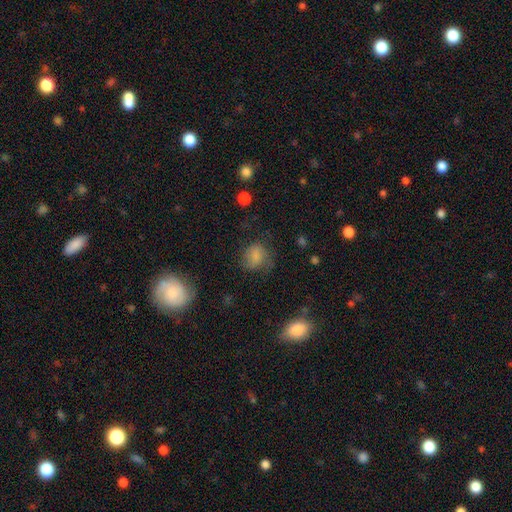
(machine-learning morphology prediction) Q: Smooth or featured?
A: smooth (69%); runner-up: featured or disk (19%)
Q: How rounded?
A: round (64%); runner-up: in between (35%)
Q: Merging?
A: none (53%); runner-up: minor disturbance (26%)